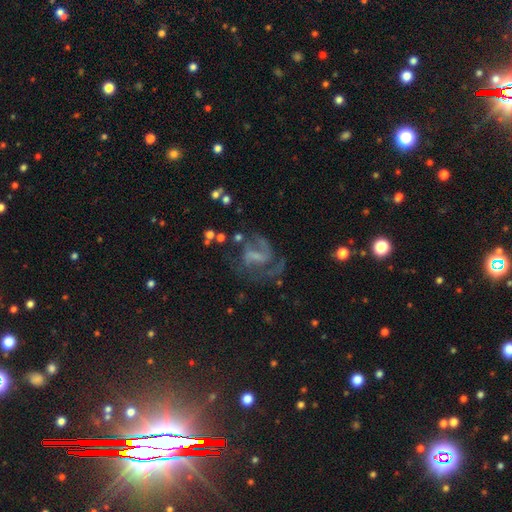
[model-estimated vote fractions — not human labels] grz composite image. It shows a featured or disk galaxy (74%) with a weak bar (46%), 2 (49%) medium (49%) spiral arms (84%) and no central bulge (44%). Merging: none (45%).